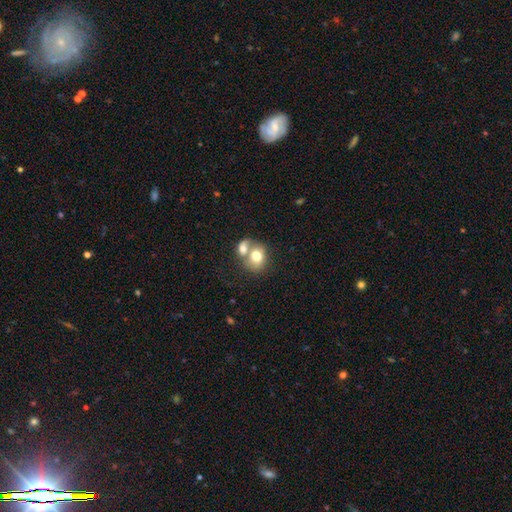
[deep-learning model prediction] smooth_or_featured: smooth (p=0.70) [alt: featured or disk p=0.22]
how_rounded: round (p=0.55) [alt: in between p=0.44]
merging: merger (p=0.67) [alt: none p=0.21]